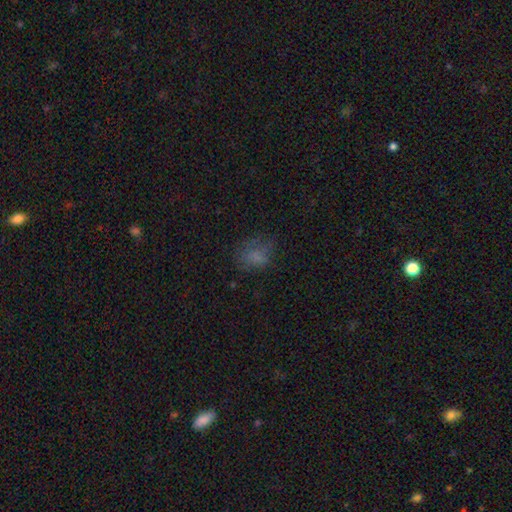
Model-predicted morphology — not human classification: A smooth galaxy with no disk features (69%) that is in between round and cigar-shaped (58%).

Vote fractions:
- Smooth or featured? smooth: 69% / star or artifact: 18% / featured or disk: 13%
- How rounded? in between: 58% / round: 41% / cigar-shaped: 1%
- Merging? none: 55% / minor disturbance: 25% / major disturbance: 18% / merger: 2%